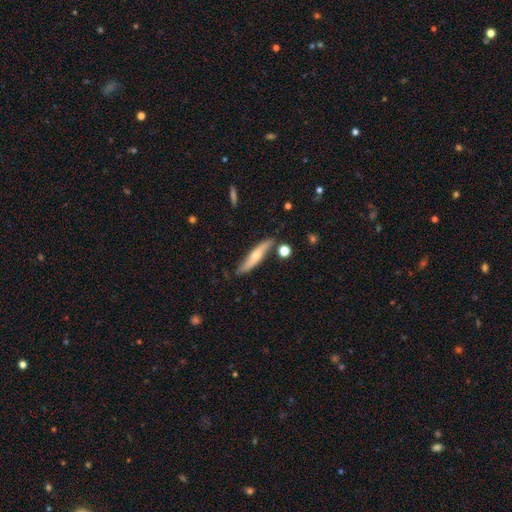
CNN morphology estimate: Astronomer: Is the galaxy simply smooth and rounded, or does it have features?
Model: smooth — 47%, tied with featured or disk at 47%.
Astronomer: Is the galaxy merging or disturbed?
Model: none — 77%.